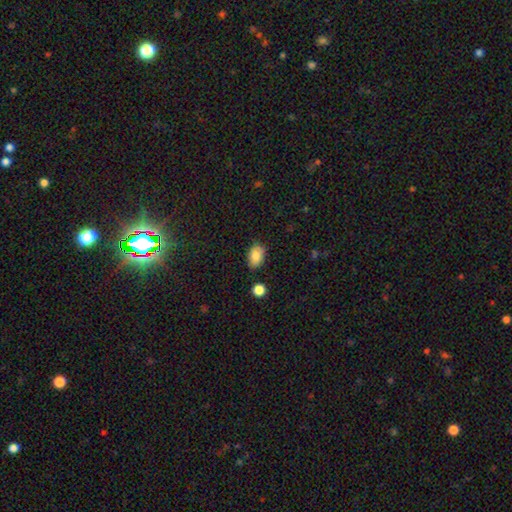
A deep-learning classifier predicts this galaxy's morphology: Overall: smooth (84%). How rounded: in between (86%). Merging: none (81%).